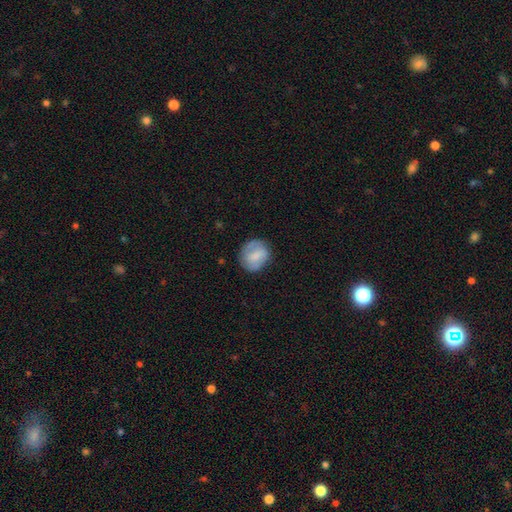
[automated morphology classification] Smooth or featured? smooth (62%)
How rounded? round (73%)
Merging? none (73%)